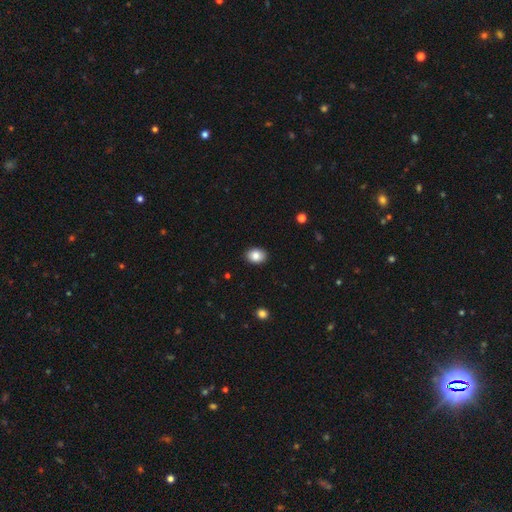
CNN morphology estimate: smooth_or_featured: smooth (p=0.85) [alt: star or artifact p=0.08]
how_rounded: in between (p=0.66) [alt: round p=0.33]
merging: none (p=0.90) [alt: minor disturbance p=0.07]